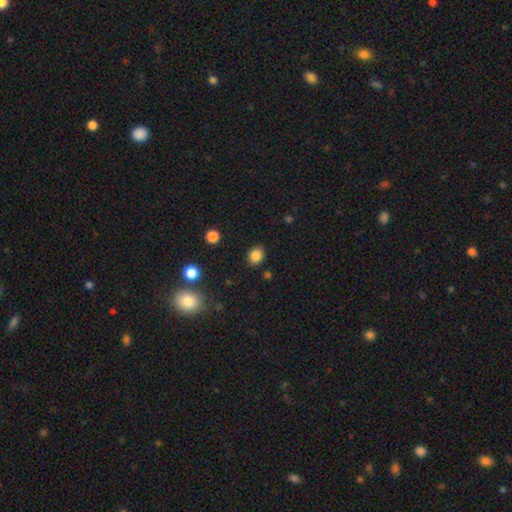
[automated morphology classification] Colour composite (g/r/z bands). It shows a smooth galaxy with no disk features (85%) that is round (57%). Merging: none (86%).